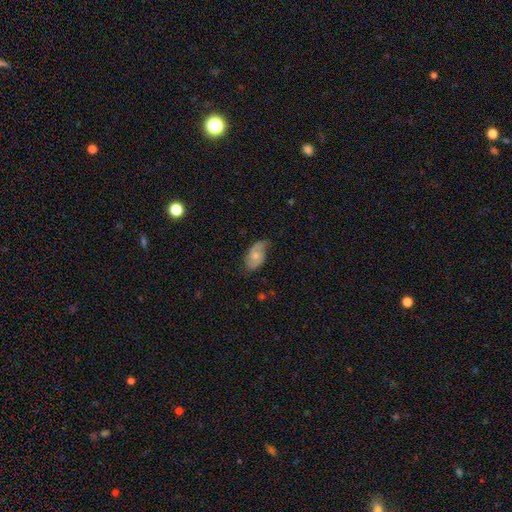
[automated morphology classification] This is possibly a smooth galaxy (53%). How rounded: clearly in between (93%). Merging: likely none (61%).